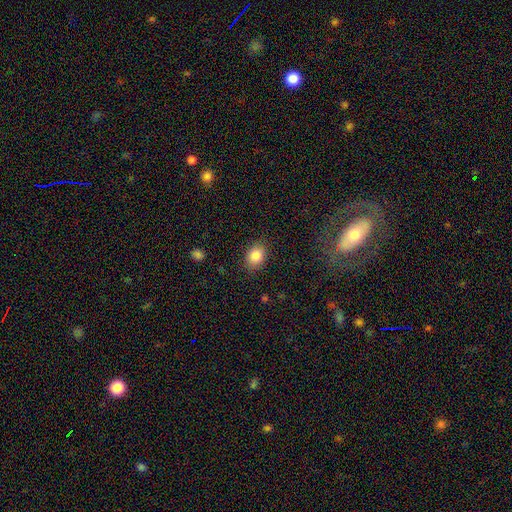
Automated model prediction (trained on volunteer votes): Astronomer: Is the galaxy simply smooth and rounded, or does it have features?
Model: smooth — 85%.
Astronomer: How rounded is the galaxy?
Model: in between — 70%.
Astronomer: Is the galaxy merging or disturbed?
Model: none — 85%.